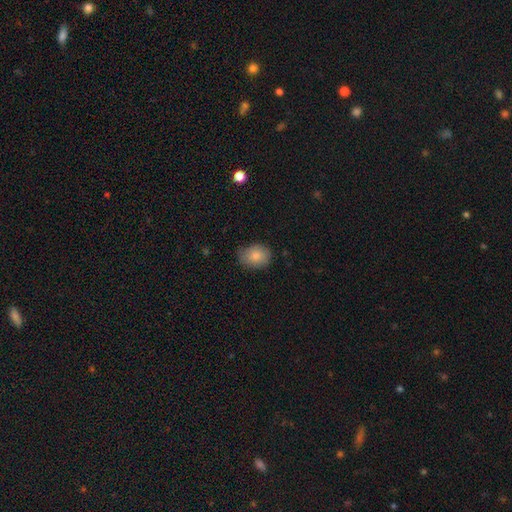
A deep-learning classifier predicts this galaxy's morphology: Smooth or featured: smooth — 83% (featured or disk — 9%)
How rounded: in between — 58% (round — 41%)
Merging: none — 72% (minor disturbance — 23%)